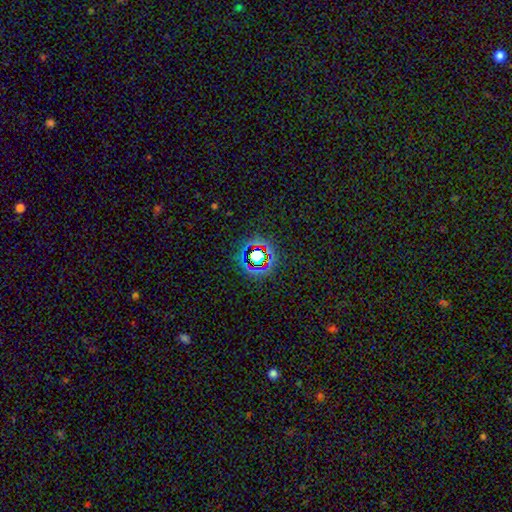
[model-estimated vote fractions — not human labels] Overall: star or artifact (67%).